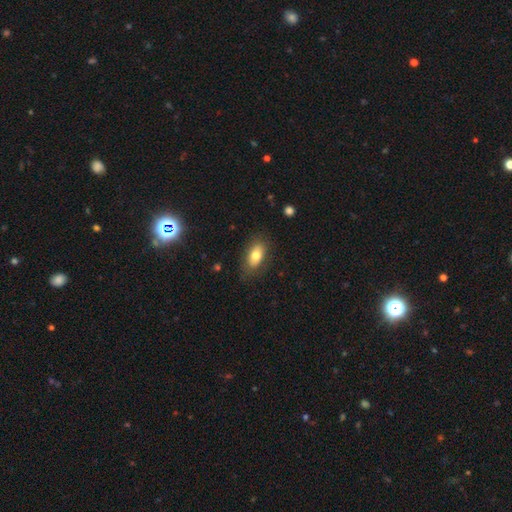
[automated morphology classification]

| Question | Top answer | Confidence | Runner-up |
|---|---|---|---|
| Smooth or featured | smooth | 75% | featured or disk (18%) |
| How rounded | in between | 88% | round (6%) |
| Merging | none | 79% | minor disturbance (15%) |